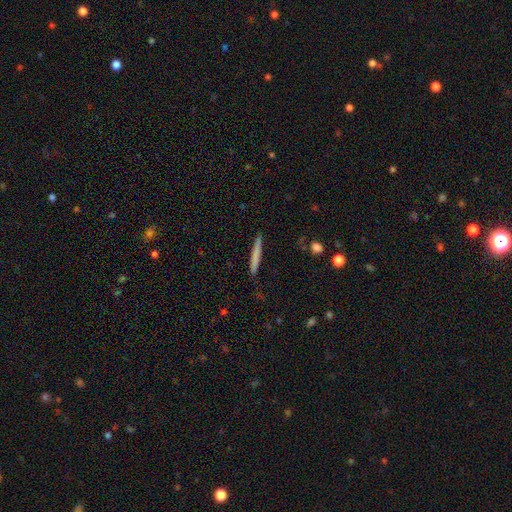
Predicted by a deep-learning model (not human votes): Morphology: type=smooth (69%); roundness=cigar-shaped (96%); merging=none (88%).